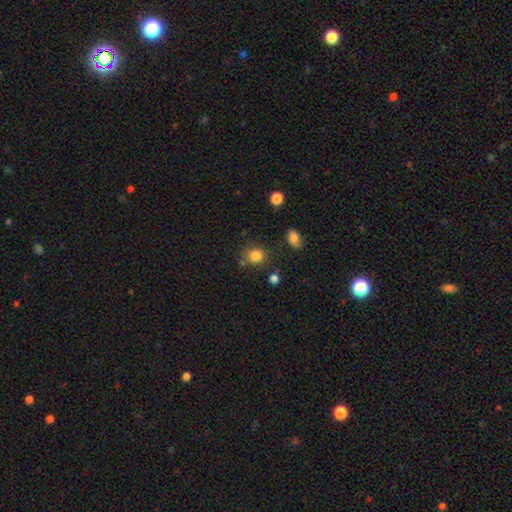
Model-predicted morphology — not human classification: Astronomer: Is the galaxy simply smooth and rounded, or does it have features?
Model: smooth — 83%.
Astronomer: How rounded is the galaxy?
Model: round — 75%.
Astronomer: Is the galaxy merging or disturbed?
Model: none — 74%.